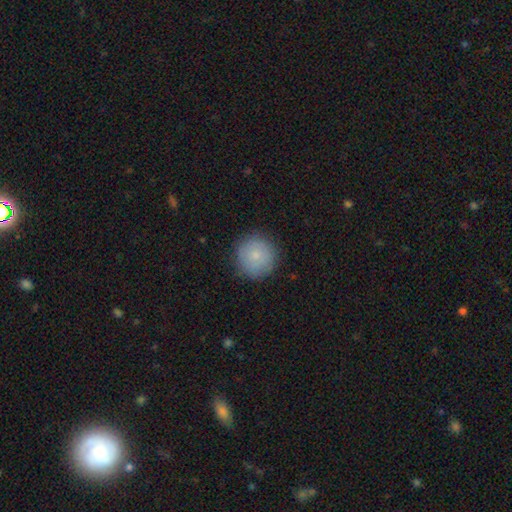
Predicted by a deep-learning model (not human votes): Smooth or featured? Predicted: smooth (p=0.80). How rounded? Predicted: round (p=0.95). Merging? Predicted: none (p=0.87).